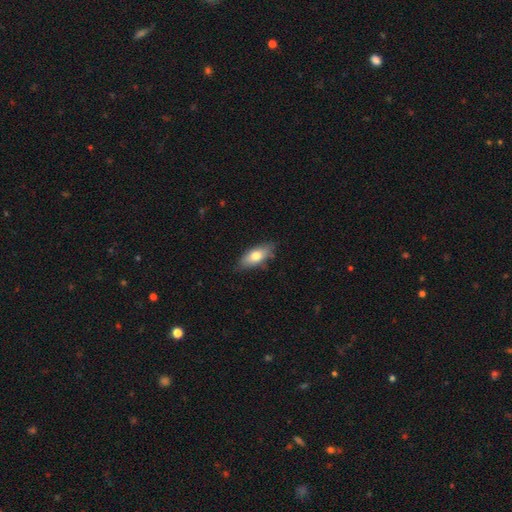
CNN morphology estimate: This is likely a smooth galaxy (72%). How rounded: clearly in between (82%). Merging: likely none (79%).